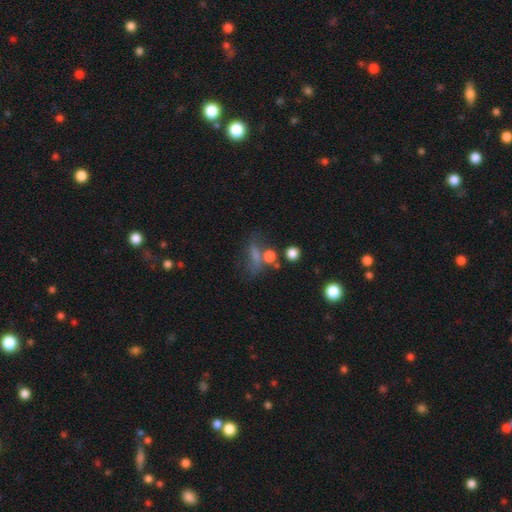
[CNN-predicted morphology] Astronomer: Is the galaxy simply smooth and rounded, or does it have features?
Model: smooth — 42% (runner-up: featured or disk, 31%).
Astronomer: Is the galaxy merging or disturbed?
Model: none — 48%.